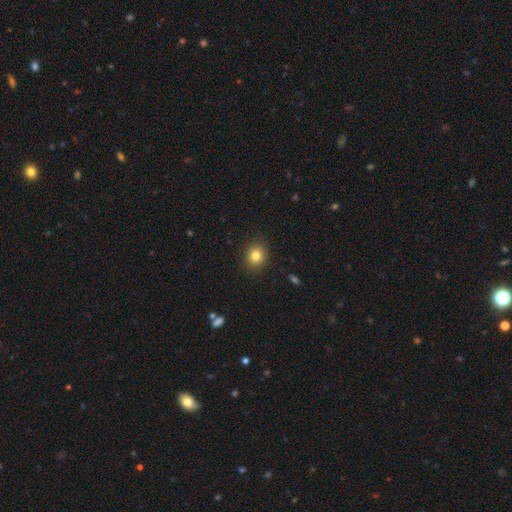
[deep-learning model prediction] Q: Smooth or featured?
A: smooth (82%); runner-up: star or artifact (11%)
Q: How rounded?
A: round (79%); runner-up: in between (20%)
Q: Merging?
A: none (89%); runner-up: minor disturbance (7%)